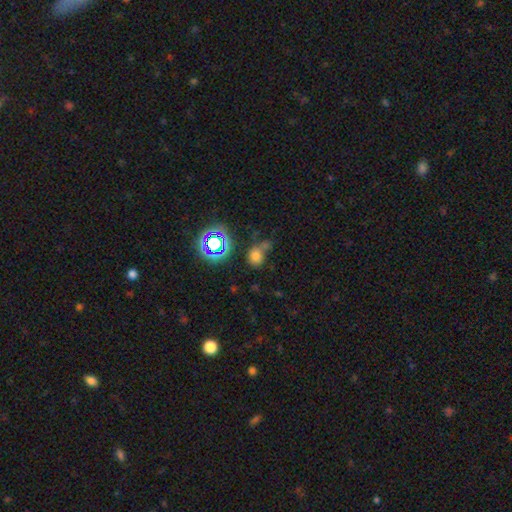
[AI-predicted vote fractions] This is likely a smooth galaxy (64%). How rounded: possibly round (59%). Merging: possibly none (47%).